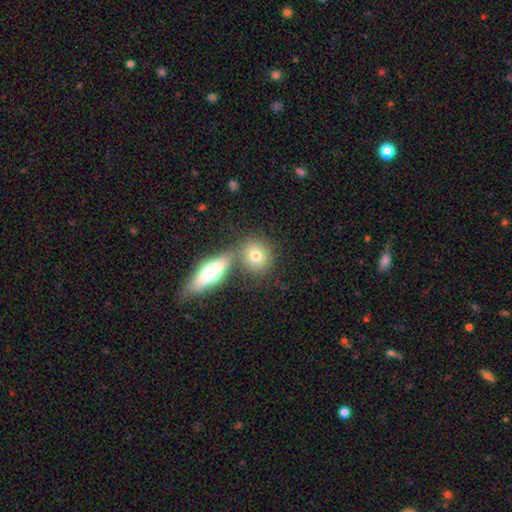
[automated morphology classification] This appears to be a smooth galaxy with no disk features (76%) that is round (73%). Merging: none (57%).